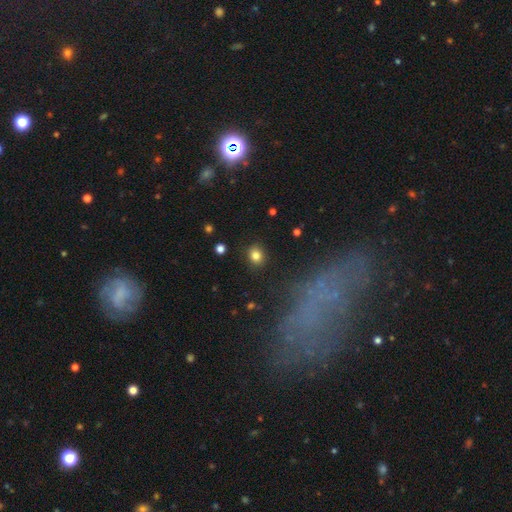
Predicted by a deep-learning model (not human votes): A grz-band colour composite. It shows a smooth galaxy with no disk features (83%) that is round (69%). Merging: none (88%).